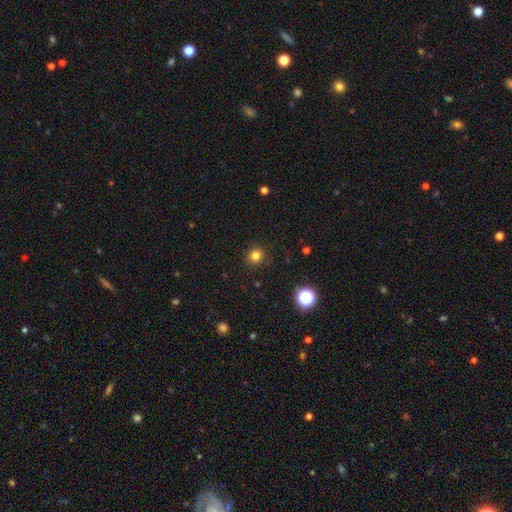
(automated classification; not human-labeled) Smooth or featured: smooth — 81% (star or artifact — 14%)
How rounded: round — 87% (in between — 12%)
Merging: none — 88% (minor disturbance — 8%)